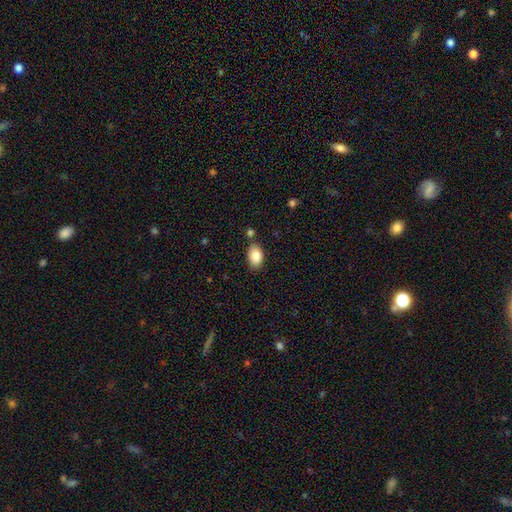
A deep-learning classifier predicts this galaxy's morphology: Smooth or featured? Predicted: smooth (p=0.86). How rounded? Predicted: in between (p=0.92). Merging? Predicted: none (p=0.81).